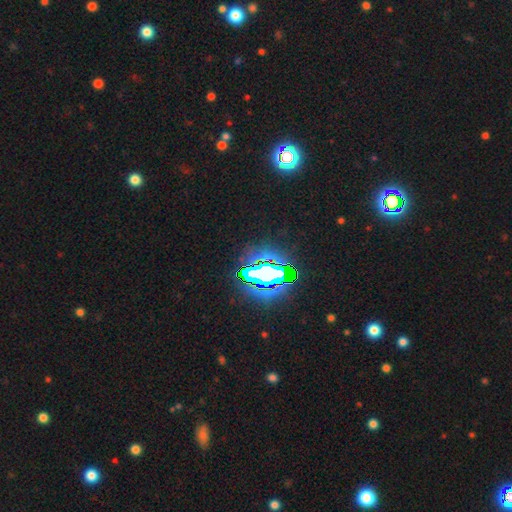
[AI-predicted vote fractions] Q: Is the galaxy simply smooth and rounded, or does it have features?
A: star or artifact — 84%.